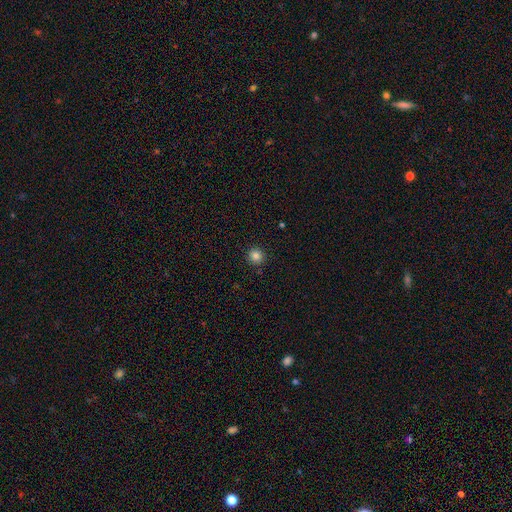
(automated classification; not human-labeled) Smooth or featured: smooth — 84% (star or artifact — 12%)
How rounded: round — 94% (in between — 5%)
Merging: none — 91% (minor disturbance — 6%)